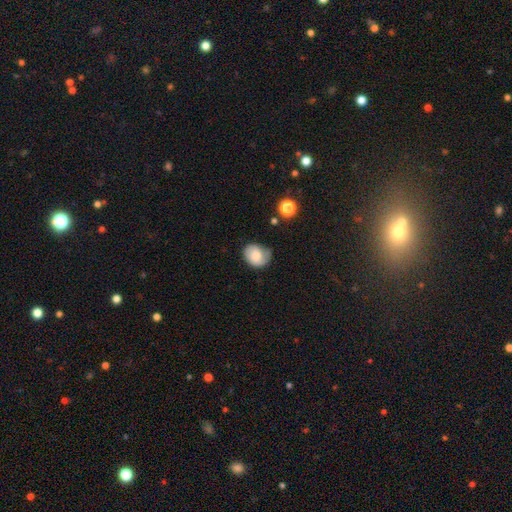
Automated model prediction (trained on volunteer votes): smooth 67%, featured or disk 25%, star or artifact 8%. Down the decision tree: how rounded — round (56%); merging — none (54%).